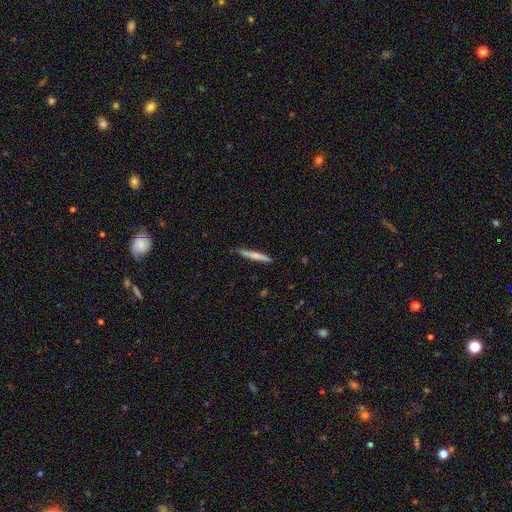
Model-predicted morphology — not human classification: A smooth galaxy with no disk features (63%) that is cigar-shaped (96%). Merging: none (88%).